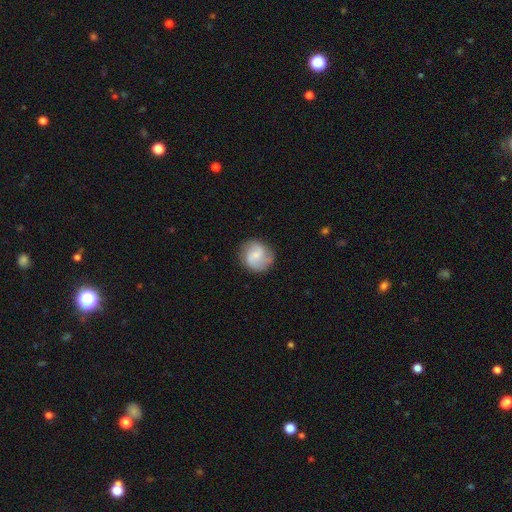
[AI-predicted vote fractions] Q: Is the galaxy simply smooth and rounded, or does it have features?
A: featured or disk — 51%.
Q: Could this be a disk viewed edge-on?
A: no — 98%.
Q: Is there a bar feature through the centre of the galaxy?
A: no — 48%.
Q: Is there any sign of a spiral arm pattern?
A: yes — 91%.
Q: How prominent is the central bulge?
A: small — 54%.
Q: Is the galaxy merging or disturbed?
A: none — 79%.